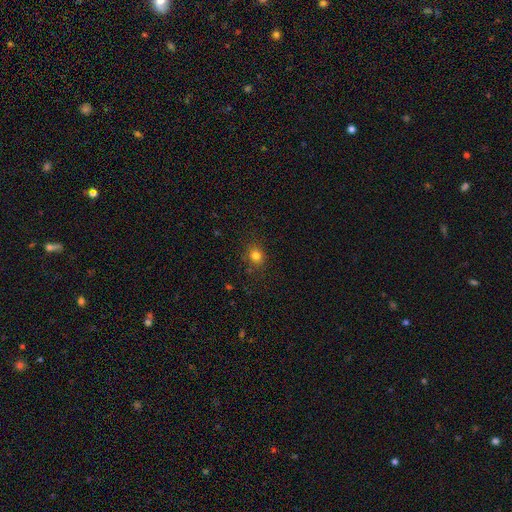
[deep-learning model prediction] Smooth or featured: smooth — 79% (star or artifact — 14%)
How rounded: round — 73% (in between — 26%)
Merging: none — 85% (minor disturbance — 10%)